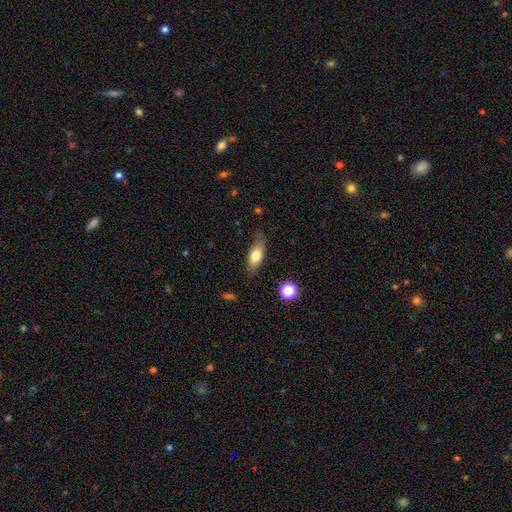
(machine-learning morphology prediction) Smooth or featured: smooth — 72% (featured or disk — 20%)
How rounded: in between — 74% (cigar-shaped — 22%)
Merging: none — 75% (minor disturbance — 19%)